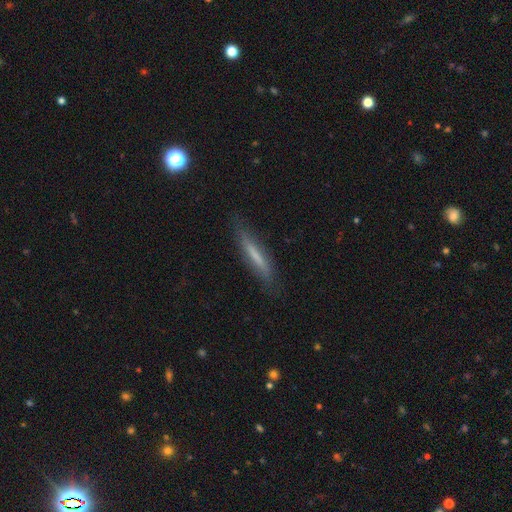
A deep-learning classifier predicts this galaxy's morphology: type=smooth (56%); roundness=cigar-shaped (91%); merging=none (80%).